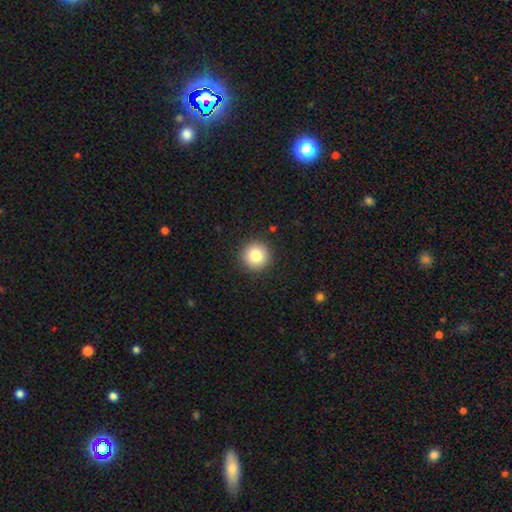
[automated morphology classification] Overall: smooth (82%). How rounded: round (96%). Merging: none (92%).